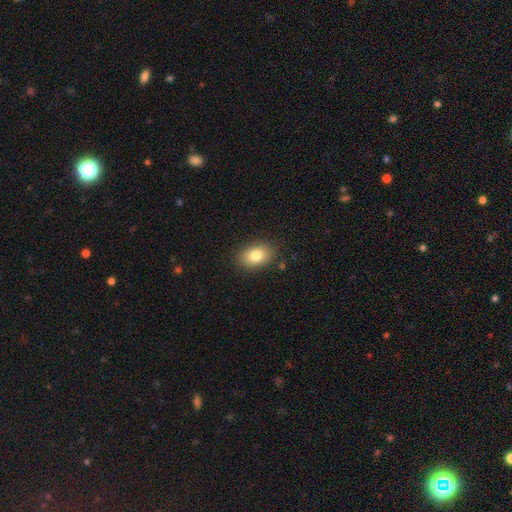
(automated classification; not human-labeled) A smooth galaxy with no disk features (82%) that is in between round and cigar-shaped (82%).

Vote fractions:
- Smooth or featured? smooth: 82% / featured or disk: 10% / star or artifact: 9%
- How rounded? in between: 82% / round: 17% / cigar-shaped: 1%
- Merging? none: 86% / minor disturbance: 10% / major disturbance: 3% / merger: 1%